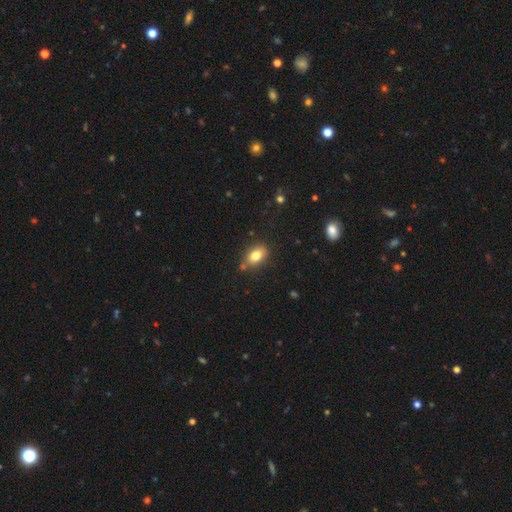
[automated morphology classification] smooth-or-featured: smooth: 79% | featured or disk: 11% | star or artifact: 10%
  how-rounded: in between: 79% | round: 19% | cigar-shaped: 2%
  merging: none: 75% | minor disturbance: 14% | merger: 7% | major disturbance: 3%